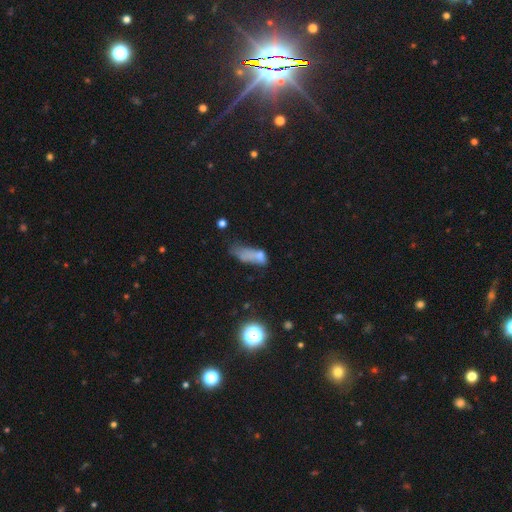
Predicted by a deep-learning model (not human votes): Smooth or featured?
  - smooth: 62% *
  - featured or disk: 23%
  - star or artifact: 15%
How rounded?
  - in between: 72% *
  - cigar-shaped: 22%
  - round: 6%
Merging?
  - major disturbance: 37% *
  - merger: 23%
  - minor disturbance: 20%
  - none: 20%